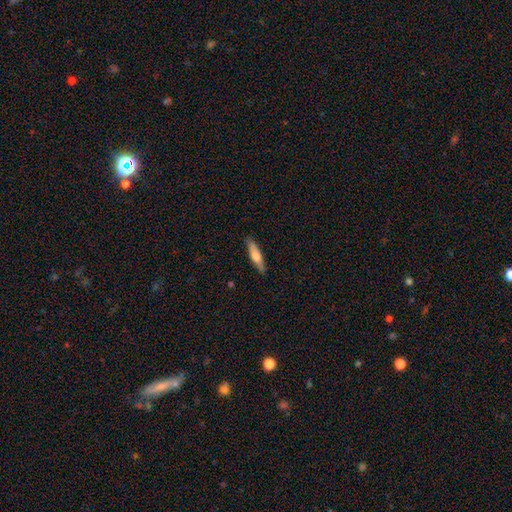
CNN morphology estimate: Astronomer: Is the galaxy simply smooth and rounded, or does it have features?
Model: smooth — 57% (runner-up: featured or disk, 37%).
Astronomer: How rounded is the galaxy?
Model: cigar-shaped — 79%.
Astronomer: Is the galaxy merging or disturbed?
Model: none — 88%.